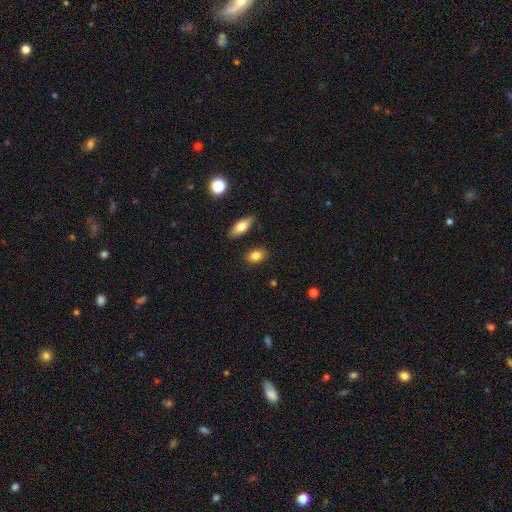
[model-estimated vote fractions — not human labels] This appears to be a smooth galaxy with no disk features (84%) that is in between round and cigar-shaped (78%). Merging: none (85%).